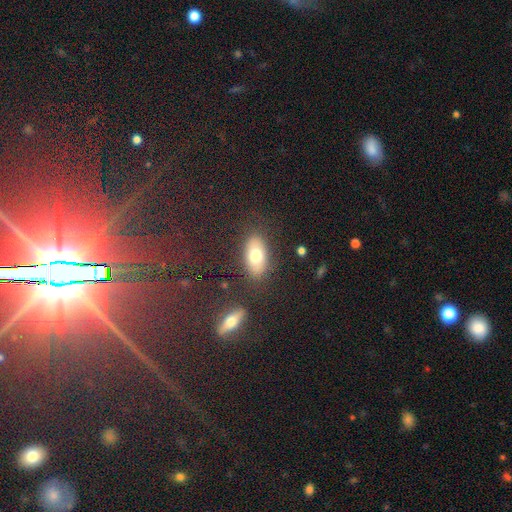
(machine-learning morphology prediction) type=smooth (72%); roundness=in between (90%); merging=none (81%).